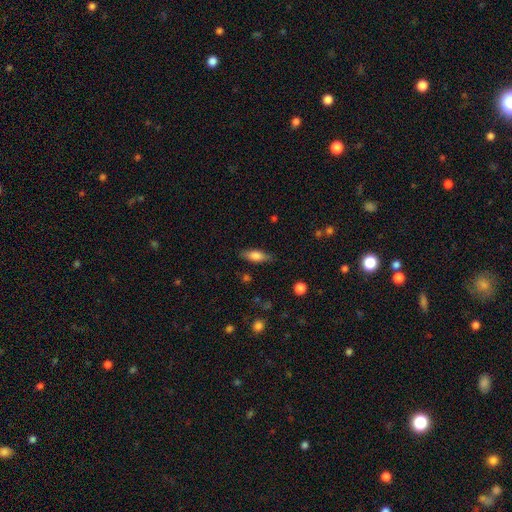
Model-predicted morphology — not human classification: Q: Smooth or featured?
A: smooth (69%); runner-up: featured or disk (24%)
Q: How rounded?
A: in between (64%); runner-up: cigar-shaped (33%)
Q: Merging?
A: none (82%); runner-up: minor disturbance (13%)